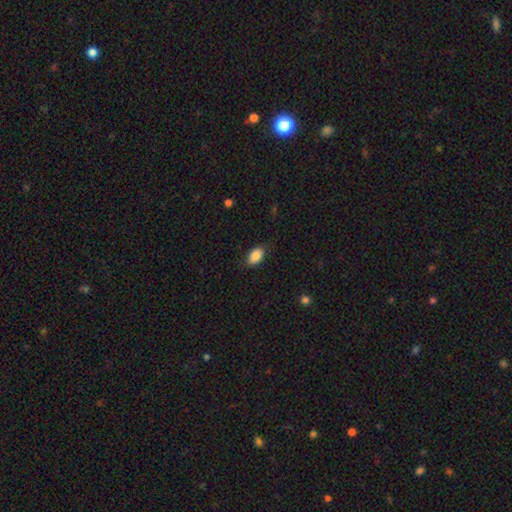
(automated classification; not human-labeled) smooth 87%, star or artifact 7%, featured or disk 6%. Down the decision tree: how rounded — in between (90%); merging — none (81%).